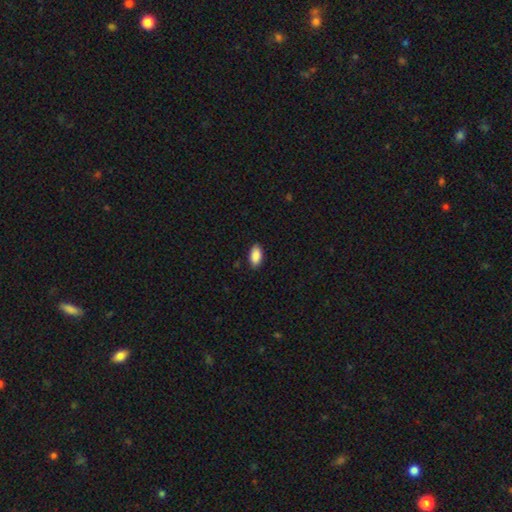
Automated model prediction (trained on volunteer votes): A smooth galaxy with no disk features (90%) that is in between round and cigar-shaped (94%). Merging: none (87%).